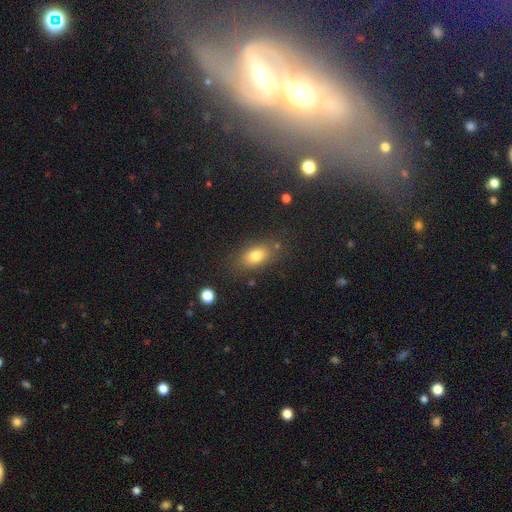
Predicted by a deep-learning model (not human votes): Smooth or featured? Predicted: smooth (p=0.78). How rounded? Predicted: in between (p=0.82). Merging? Predicted: none (p=0.79).